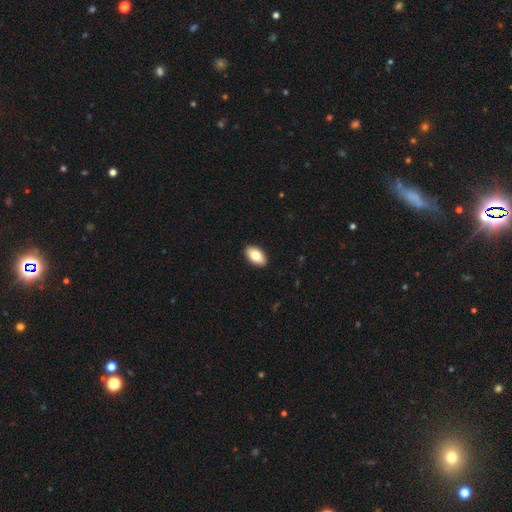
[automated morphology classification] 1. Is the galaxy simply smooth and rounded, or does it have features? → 81% smooth, 12% featured or disk, 6% star or artifact.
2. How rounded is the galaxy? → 94% in between, 4% round, 2% cigar-shaped.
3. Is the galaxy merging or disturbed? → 91% none, 6% minor disturbance, 2% major disturbance, 1% merger.